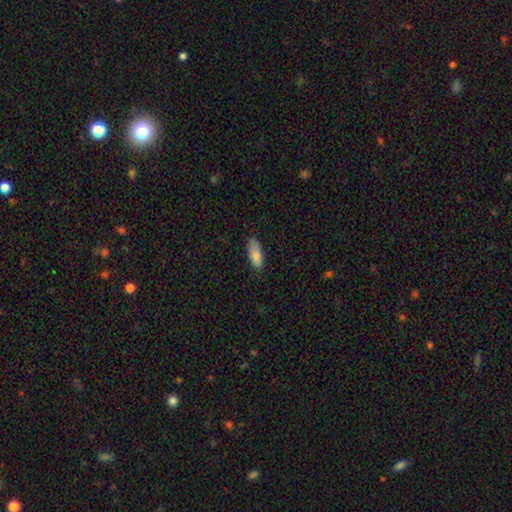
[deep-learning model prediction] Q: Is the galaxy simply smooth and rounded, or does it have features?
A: smooth — 83%.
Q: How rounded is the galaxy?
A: in between — 70%.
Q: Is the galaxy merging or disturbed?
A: none — 77%.